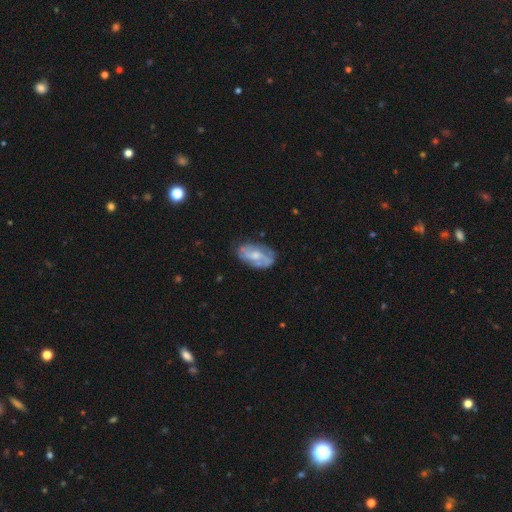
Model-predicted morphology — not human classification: This appears to be a featured or disk galaxy (66%) with no bar (51%), spiral arms (78%) and a moderate central bulge (45%). Merging: none (66%).